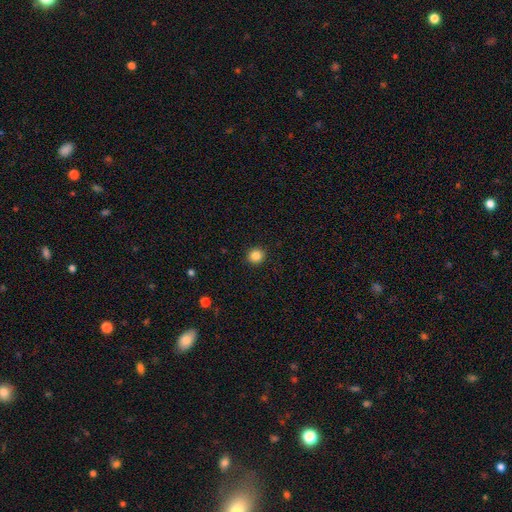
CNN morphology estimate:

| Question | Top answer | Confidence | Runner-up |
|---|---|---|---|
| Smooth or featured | smooth | 85% | star or artifact (11%) |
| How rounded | round | 92% | in between (7%) |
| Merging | none | 93% | minor disturbance (5%) |